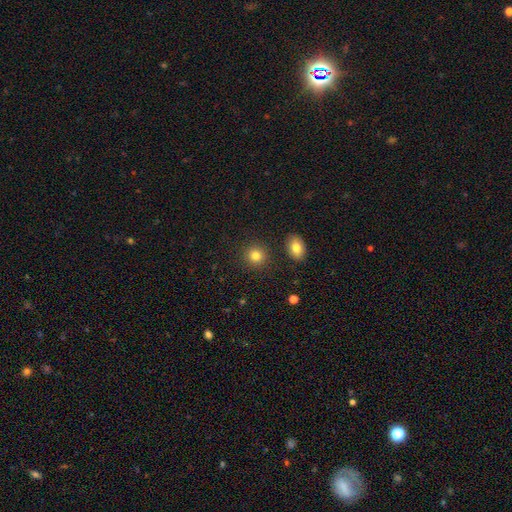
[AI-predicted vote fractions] This is clearly a smooth galaxy (83%). How rounded: clearly round (88%). Merging: clearly none (88%).